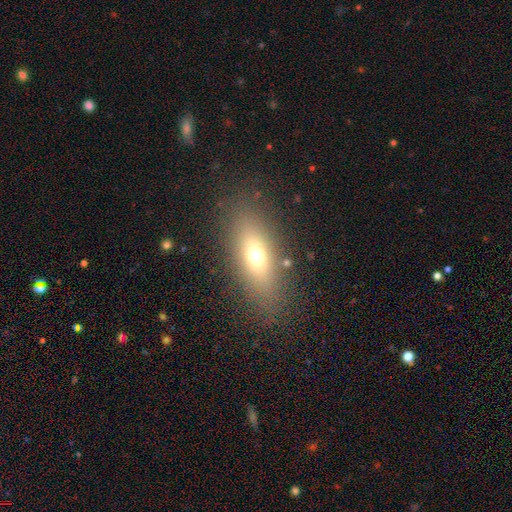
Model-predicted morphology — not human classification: type=smooth (66%); roundness=in between (72%); merging=none (83%).